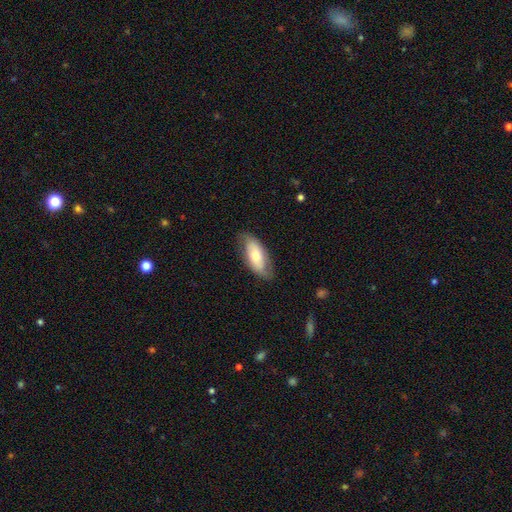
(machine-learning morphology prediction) A smooth galaxy with no disk features (61%) that is in between round and cigar-shaped (87%). Merging: none (74%).